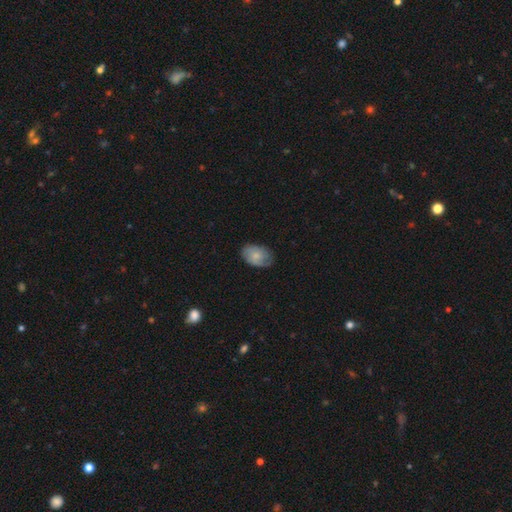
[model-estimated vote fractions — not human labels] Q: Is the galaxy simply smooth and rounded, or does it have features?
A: smooth — 50%.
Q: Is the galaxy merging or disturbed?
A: none — 74%.